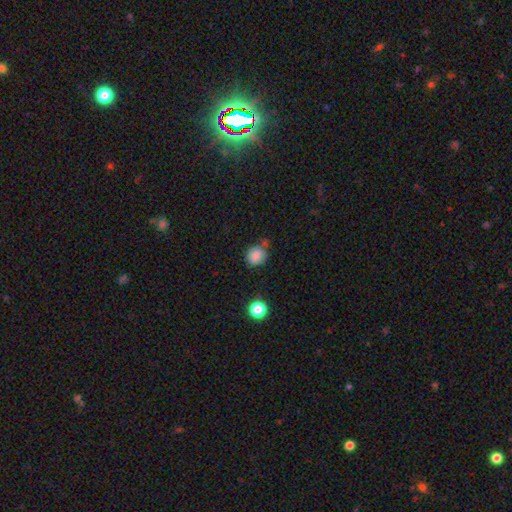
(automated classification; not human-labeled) Overall: smooth (84%). How rounded: round (72%). Merging: none (68%).